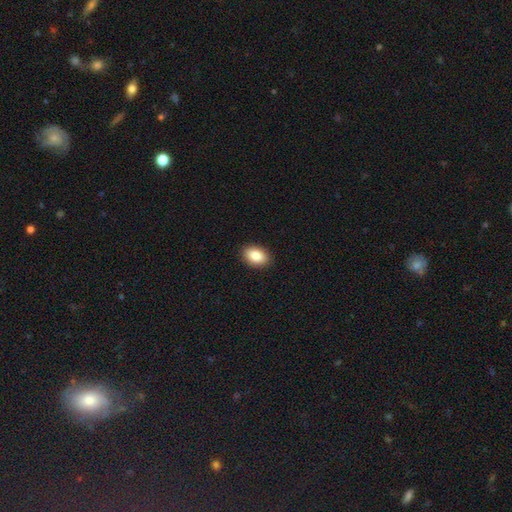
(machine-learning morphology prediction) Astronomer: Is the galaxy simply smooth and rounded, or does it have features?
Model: smooth — 88%.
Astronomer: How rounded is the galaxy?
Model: in between — 90%.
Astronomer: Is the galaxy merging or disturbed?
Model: none — 90%.